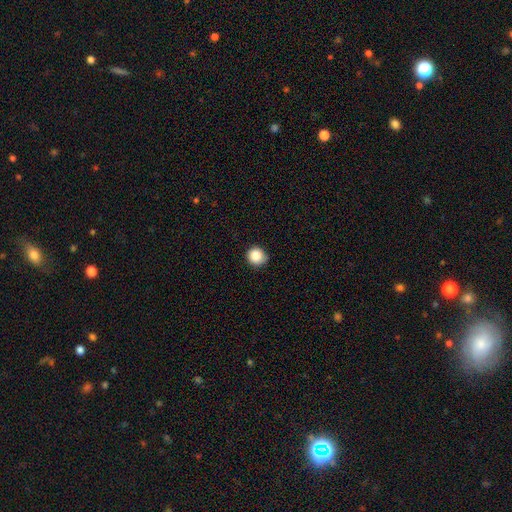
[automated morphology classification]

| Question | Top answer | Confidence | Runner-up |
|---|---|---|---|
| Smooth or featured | smooth | 85% | star or artifact (10%) |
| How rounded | round | 91% | in between (8%) |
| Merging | none | 85% | minor disturbance (12%) |